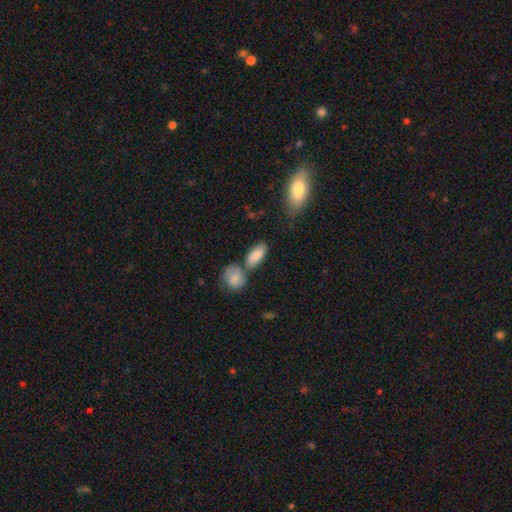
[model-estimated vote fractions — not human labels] A smooth galaxy with no disk features (85%) that is in between round and cigar-shaped (86%). Merging: none (56%).